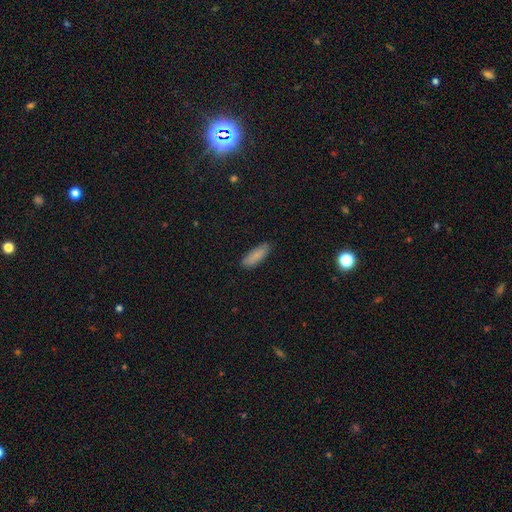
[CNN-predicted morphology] Overall: smooth (86%). How rounded: in between (60%; cigar-shaped 39%). Merging: none (85%).